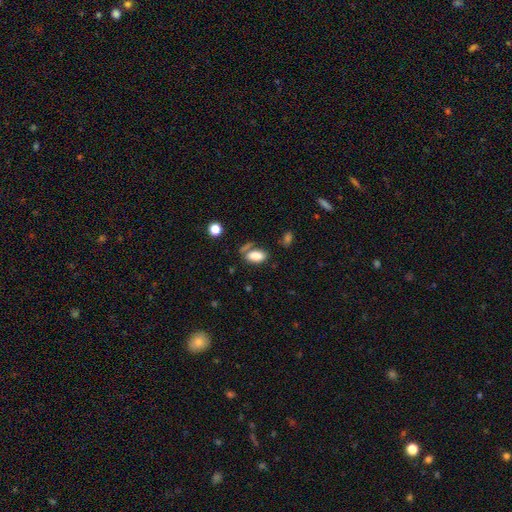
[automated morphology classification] smooth_or_featured: smooth (p=0.83) [alt: star or artifact p=0.10]
how_rounded: in between (p=0.91) [alt: round p=0.05]
merging: none (p=0.60) [alt: minor disturbance p=0.16]